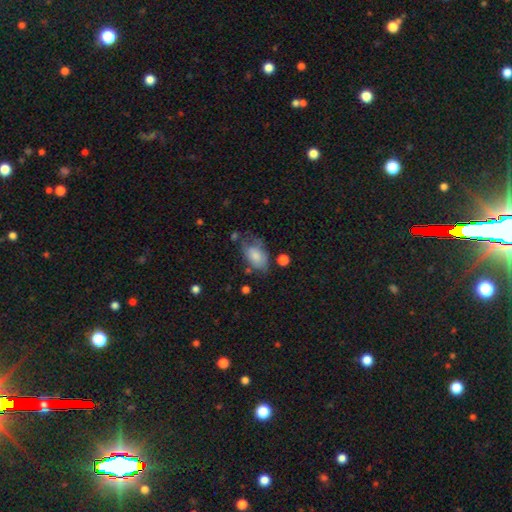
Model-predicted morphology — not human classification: Overall: smooth (76%). How rounded: in between (89%). Merging: none (42%; minor disturbance 33%).